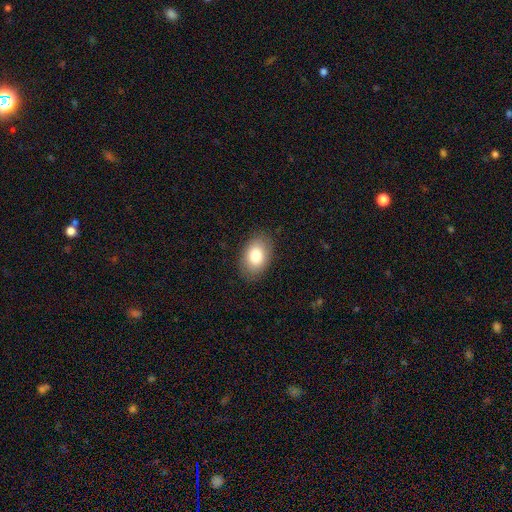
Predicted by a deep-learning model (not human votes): A smooth galaxy with no disk features (83%) that is in between round and cigar-shaped (87%).

Vote fractions:
- Smooth or featured? smooth: 83% / featured or disk: 10% / star or artifact: 7%
- How rounded? in between: 87% / round: 12% / cigar-shaped: 1%
- Merging? none: 85% / minor disturbance: 11% / major disturbance: 3% / merger: 1%